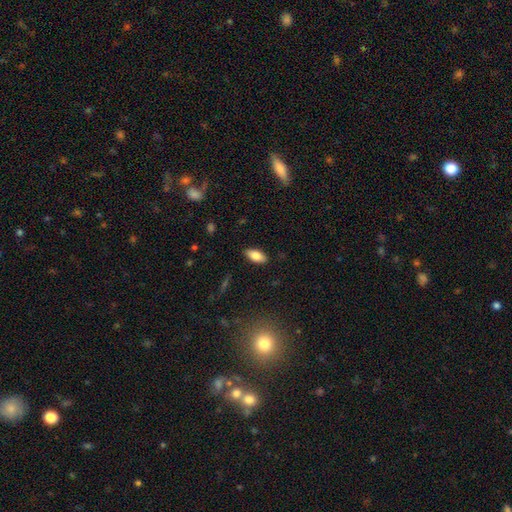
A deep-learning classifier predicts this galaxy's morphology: Q: Smooth or featured?
A: smooth (81%); runner-up: featured or disk (12%)
Q: How rounded?
A: in between (88%); runner-up: cigar-shaped (9%)
Q: Merging?
A: none (88%); runner-up: minor disturbance (9%)